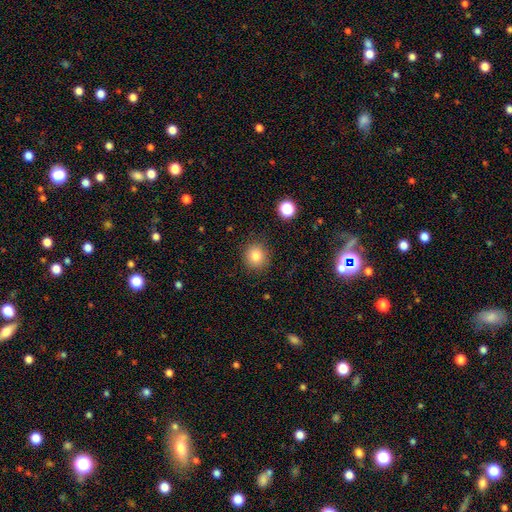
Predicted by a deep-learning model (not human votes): Smooth or featured? smooth (83%)
How rounded? round (89%)
Merging? none (89%)